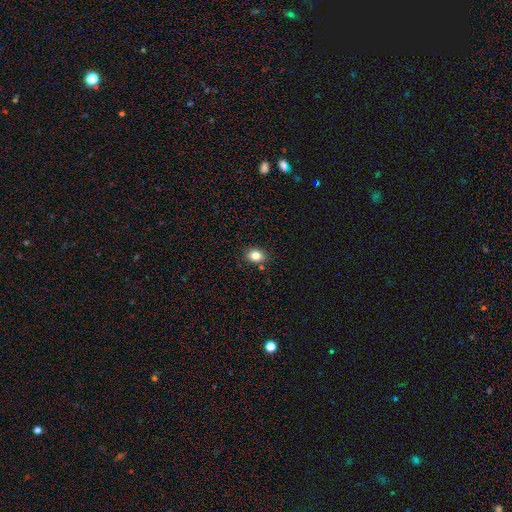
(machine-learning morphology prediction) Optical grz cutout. It shows a smooth galaxy with no disk features (82%) that is in between round and cigar-shaped (54%). Merging: none (84%).